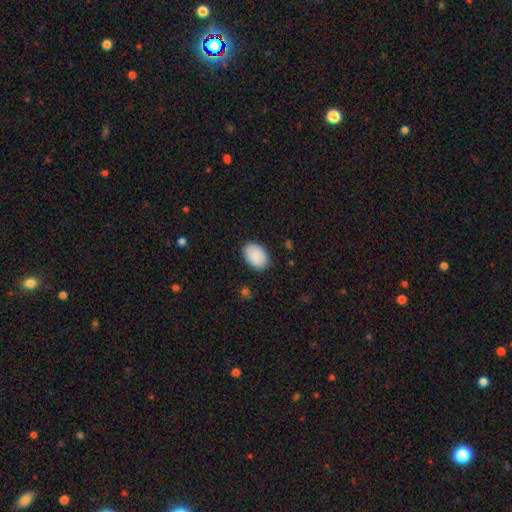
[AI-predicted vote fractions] Smooth or featured? smooth (90%)
How rounded? in between (84%)
Merging? none (87%)